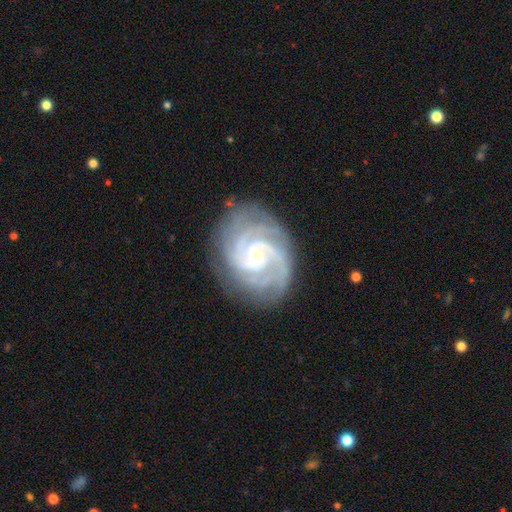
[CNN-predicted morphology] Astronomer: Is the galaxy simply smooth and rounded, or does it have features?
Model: featured or disk — 91%.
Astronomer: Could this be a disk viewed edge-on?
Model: no — 98%.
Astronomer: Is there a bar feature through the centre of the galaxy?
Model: no — 55% (runner-up: weak, 35%).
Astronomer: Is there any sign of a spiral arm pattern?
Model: yes — 98%.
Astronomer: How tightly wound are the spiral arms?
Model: tight — 66%.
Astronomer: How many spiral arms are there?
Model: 3 — 33% (runner-up: 2, 28%).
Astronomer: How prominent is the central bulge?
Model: small — 82%.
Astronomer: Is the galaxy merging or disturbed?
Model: none — 78%.